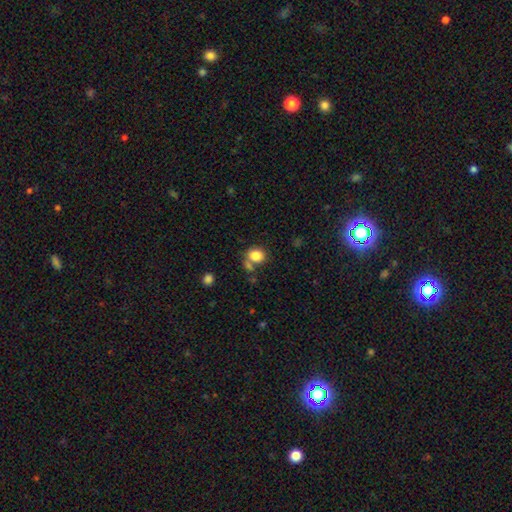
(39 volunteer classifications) Volunteers were most divided on "merging": none: 54%, merger: 24%, minor disturbance: 14%, major disturbance: 8%. More confident: smooth or featured — smooth (85%); how rounded — round (67%).